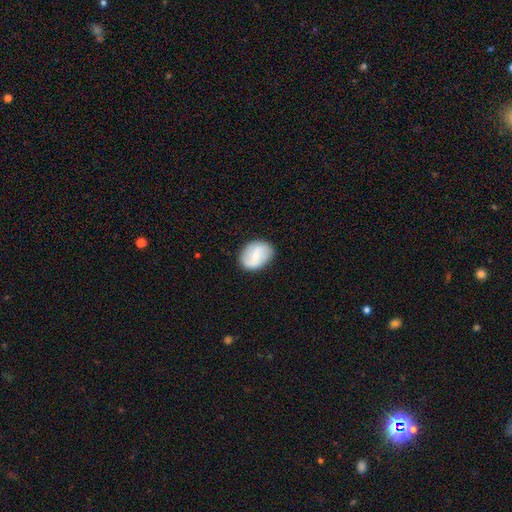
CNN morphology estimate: A smooth galaxy with no disk features (57%) that is in between round and cigar-shaped (68%). Merging: none (84%).